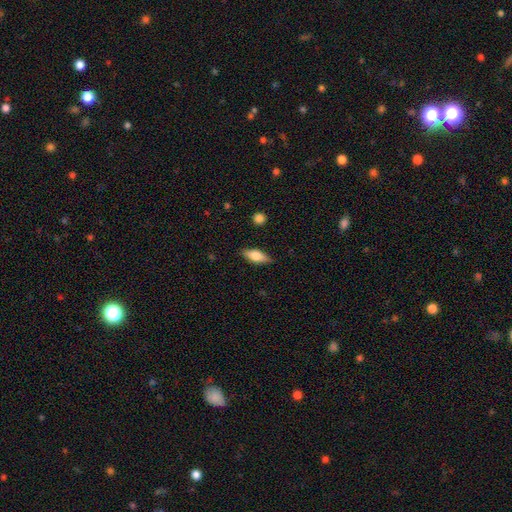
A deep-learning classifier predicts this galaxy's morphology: Overall: smooth (68%). How rounded: in between (74%). Merging: none (84%).